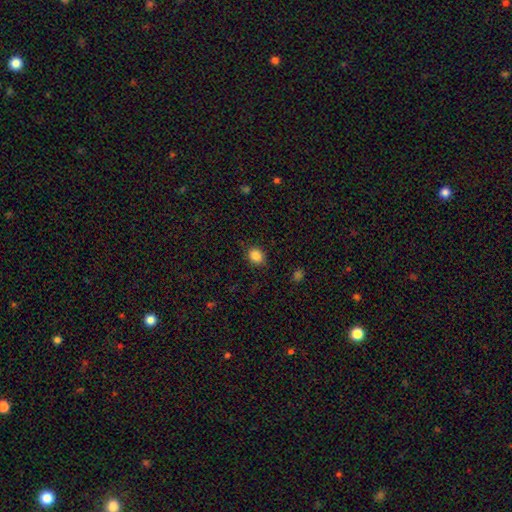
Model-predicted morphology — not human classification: Q: Smooth or featured?
A: smooth (86%); runner-up: star or artifact (10%)
Q: How rounded?
A: round (61%); runner-up: in between (38%)
Q: Merging?
A: none (86%); runner-up: minor disturbance (10%)